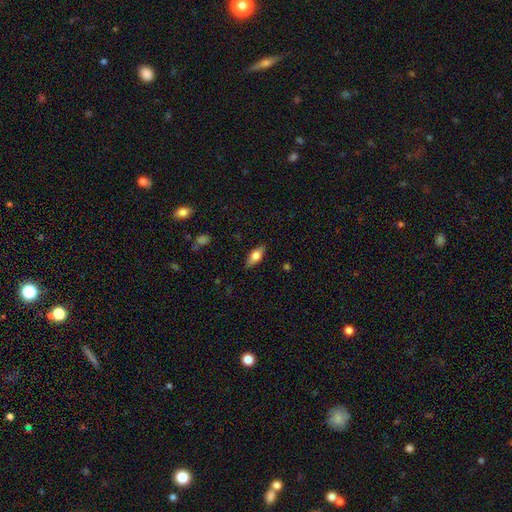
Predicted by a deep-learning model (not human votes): smooth-or-featured: smooth: 68% | featured or disk: 26% | star or artifact: 7%
  how-rounded: in between: 80% | cigar-shaped: 17% | round: 3%
  merging: none: 85% | minor disturbance: 12% | major disturbance: 3% | merger: 1%